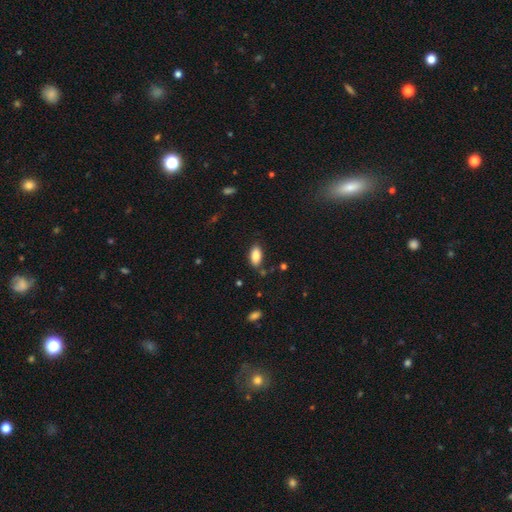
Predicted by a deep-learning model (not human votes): smooth_or_featured: smooth (p=0.86) [alt: star or artifact p=0.07]
how_rounded: in between (p=0.92) [alt: cigar-shaped p=0.05]
merging: none (p=0.81) [alt: minor disturbance p=0.13]